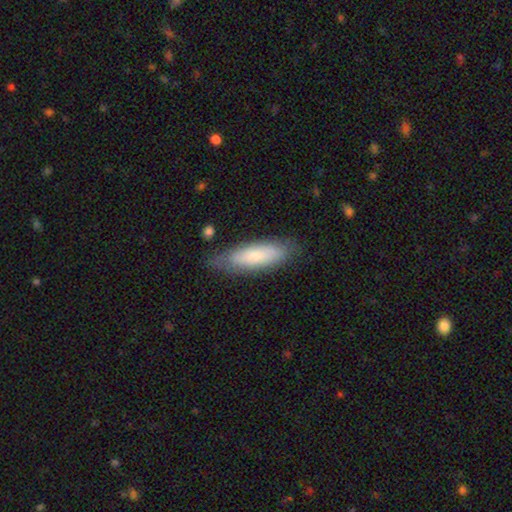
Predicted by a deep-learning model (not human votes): Smooth or featured? Predicted: smooth (p=0.72). How rounded? Predicted: cigar-shaped (p=0.51). Merging? Predicted: none (p=0.76).